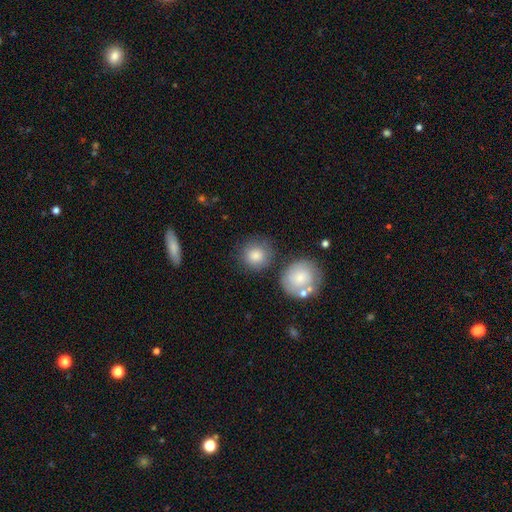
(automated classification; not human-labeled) This is clearly a smooth galaxy (83%). How rounded: clearly round (88%). Merging: likely none (71%).